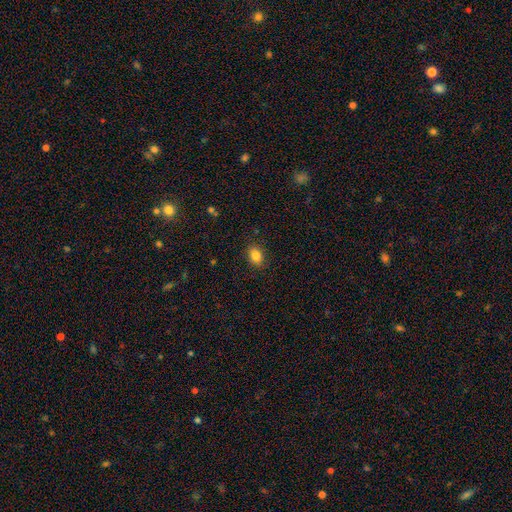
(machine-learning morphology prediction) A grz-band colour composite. It shows a smooth galaxy with no disk features (85%) that is in between round and cigar-shaped (73%). Merging: none (88%).